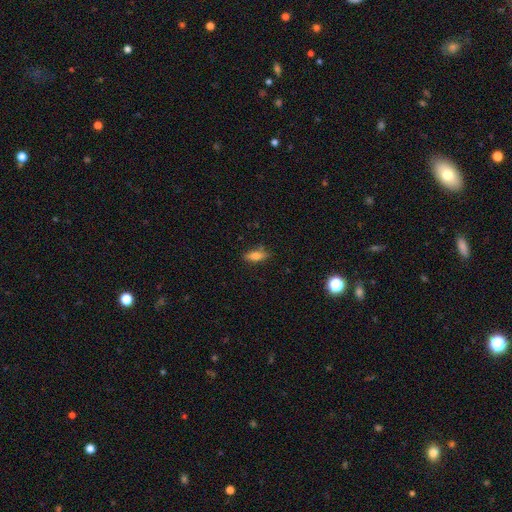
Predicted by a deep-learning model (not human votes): Smooth or featured: smooth — 76% (featured or disk — 15%)
How rounded: in between — 70% (cigar-shaped — 27%)
Merging: none — 75% (minor disturbance — 19%)